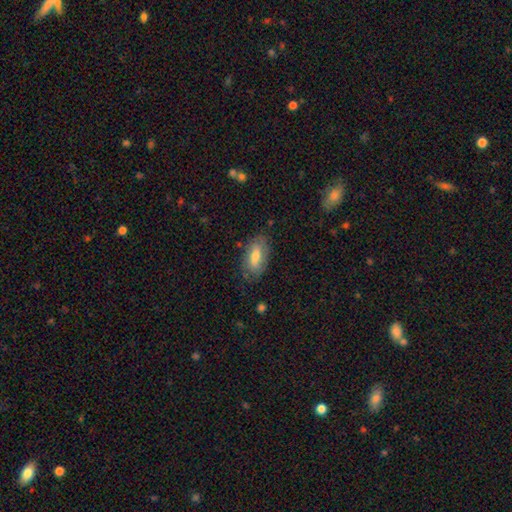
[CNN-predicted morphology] A smooth galaxy with no disk features (60%) that is in between round and cigar-shaped (87%).

Vote fractions:
- Smooth or featured? smooth: 60% / featured or disk: 32% / star or artifact: 8%
- How rounded? in between: 87% / cigar-shaped: 10% / round: 3%
- Merging? none: 78% / minor disturbance: 16% / major disturbance: 4% / merger: 1%